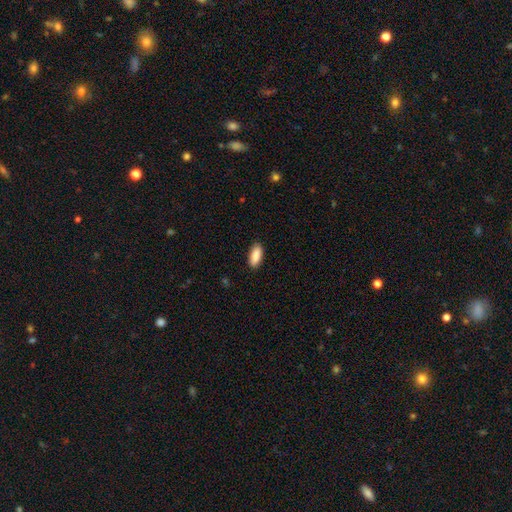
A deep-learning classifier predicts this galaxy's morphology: smooth 90%, star or artifact 6%, featured or disk 5%. Down the decision tree: how rounded — in between (83%); merging — none (89%).